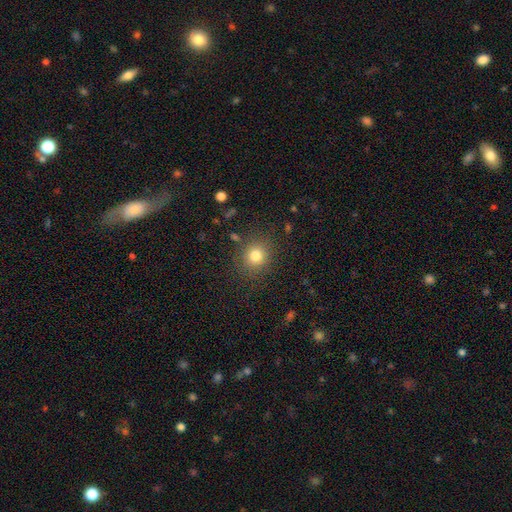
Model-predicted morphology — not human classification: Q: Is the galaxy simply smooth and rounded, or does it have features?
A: smooth — 79%.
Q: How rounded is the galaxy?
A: round — 83%.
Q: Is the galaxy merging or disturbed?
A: none — 85%.